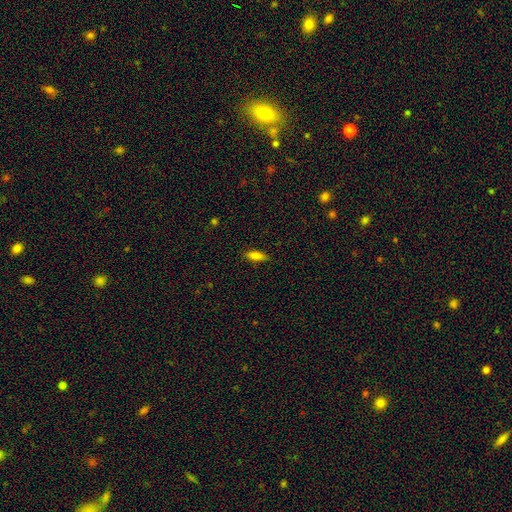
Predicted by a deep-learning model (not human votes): smooth 78%, featured or disk 13%, star or artifact 9%. Down the decision tree: how rounded — in between (69%); merging — none (85%).